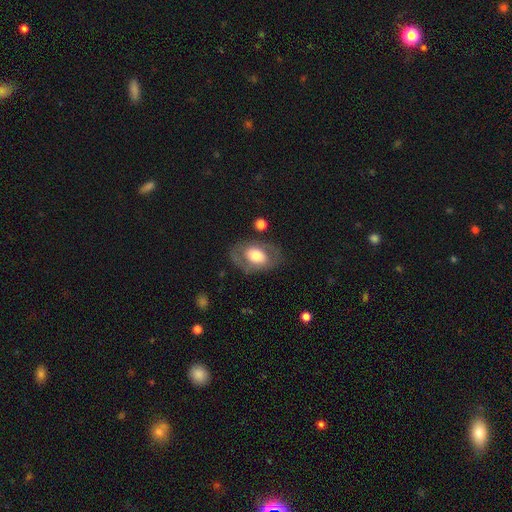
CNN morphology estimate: This is possibly a smooth galaxy (51%). How rounded: clearly in between (83%). Merging: likely none (71%).